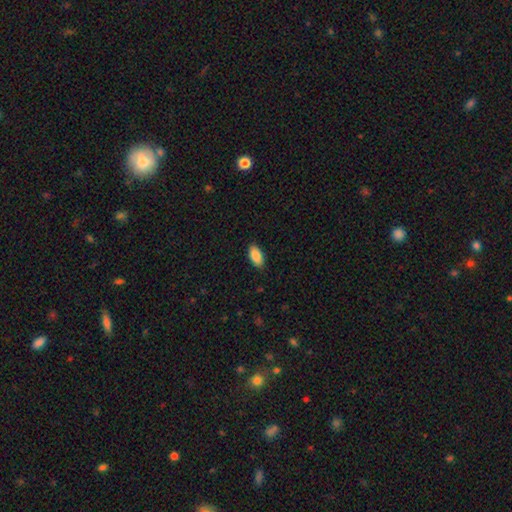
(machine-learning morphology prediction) Smooth or featured?
  - smooth: 89% *
  - star or artifact: 6%
  - featured or disk: 5%
How rounded?
  - in between: 93% *
  - cigar-shaped: 5%
  - round: 2%
Merging?
  - none: 89% *
  - minor disturbance: 9%
  - major disturbance: 2%
  - merger: 1%